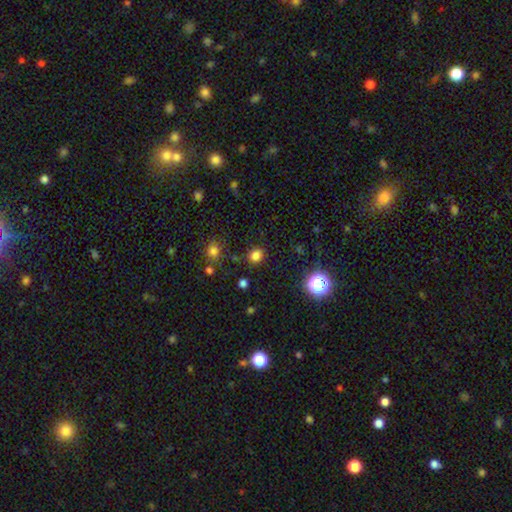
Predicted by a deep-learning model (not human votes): smooth 79%, star or artifact 16%, featured or disk 4%. Down the decision tree: how rounded — round (72%); merging — none (85%).